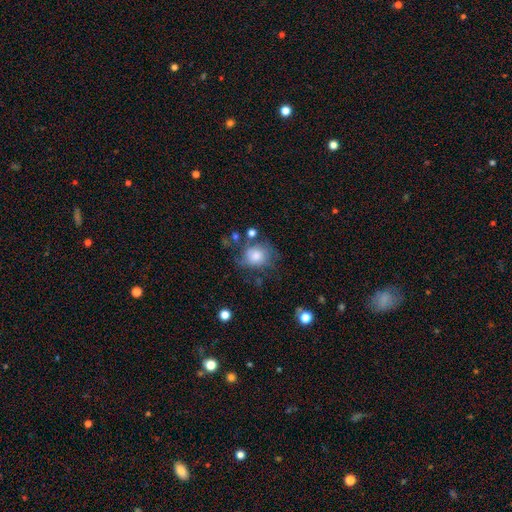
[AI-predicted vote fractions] The model was most divided on "merging": none: 50%, minor disturbance: 25%, major disturbance: 19%, merger: 6%. More confident: how rounded — round (70%); smooth or featured — smooth (63%).